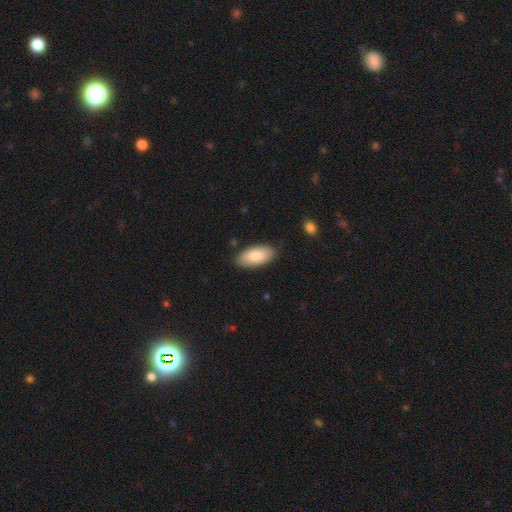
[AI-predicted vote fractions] A smooth galaxy with no disk features (85%) that is in between round and cigar-shaped (92%). Merging: none (85%).